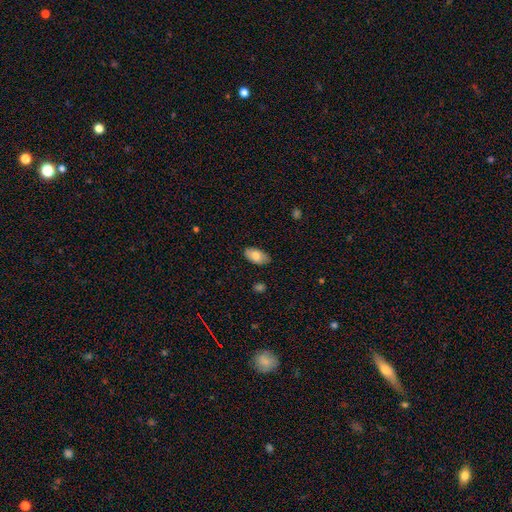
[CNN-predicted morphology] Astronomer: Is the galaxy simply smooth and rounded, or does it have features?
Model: smooth — 79%.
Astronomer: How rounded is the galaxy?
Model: in between — 95%.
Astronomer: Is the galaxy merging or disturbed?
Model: none — 83%.